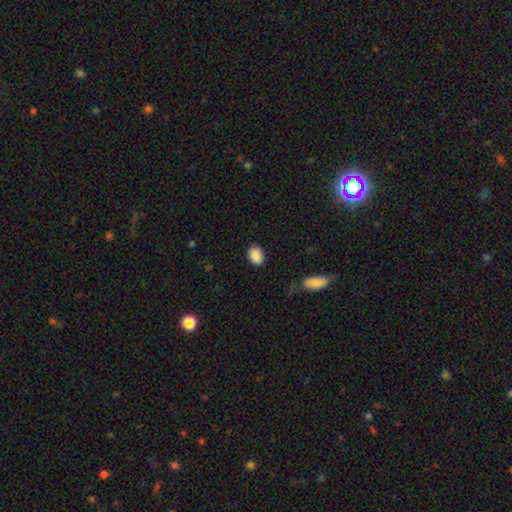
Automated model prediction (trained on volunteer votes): Overall: smooth (89%). How rounded: in between (77%). Merging: none (84%).